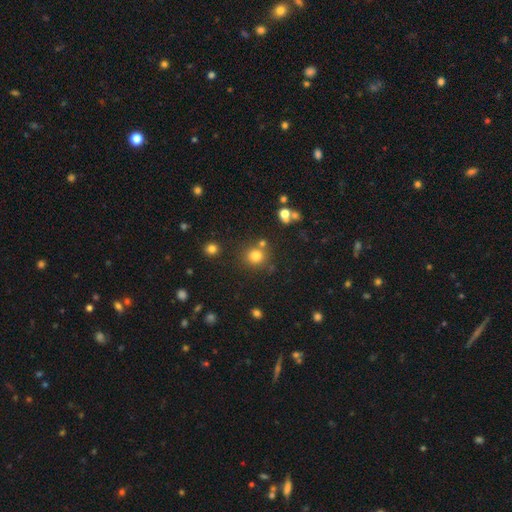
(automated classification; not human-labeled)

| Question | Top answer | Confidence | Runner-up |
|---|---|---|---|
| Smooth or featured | smooth | 78% | star or artifact (16%) |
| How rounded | round | 90% | in between (9%) |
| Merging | none | 76% | merger (11%) |